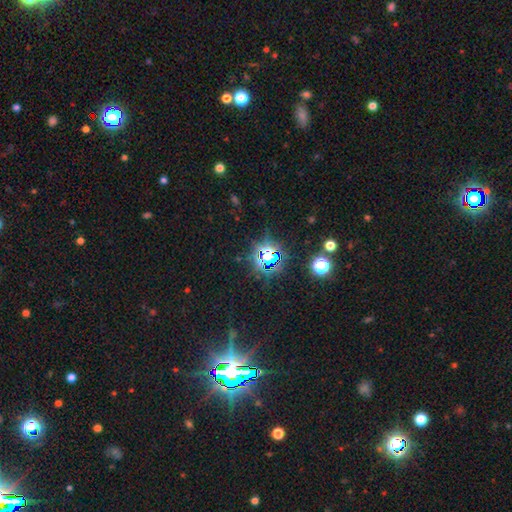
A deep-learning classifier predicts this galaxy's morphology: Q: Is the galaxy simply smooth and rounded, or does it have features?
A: star or artifact — 81%.